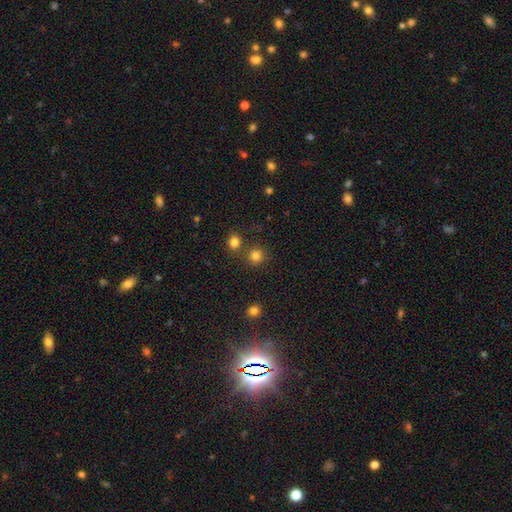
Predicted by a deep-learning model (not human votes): Smooth or featured? smooth (80%)
How rounded? round (92%)
Merging? none (76%)